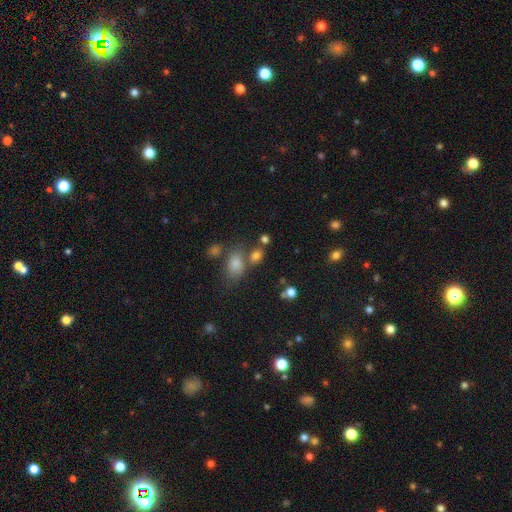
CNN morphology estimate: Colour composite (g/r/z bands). It shows a smooth galaxy with no disk features (78%) that is in between round and cigar-shaped (70%). Merging: none (57%).